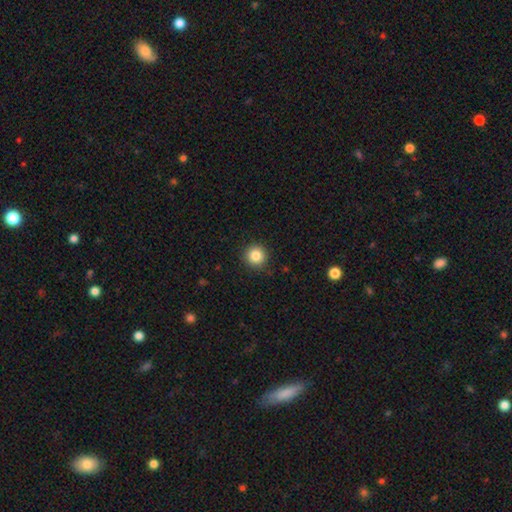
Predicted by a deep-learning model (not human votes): Smooth or featured: smooth — 85% (star or artifact — 10%)
How rounded: round — 95% (in between — 4%)
Merging: none — 91% (minor disturbance — 6%)